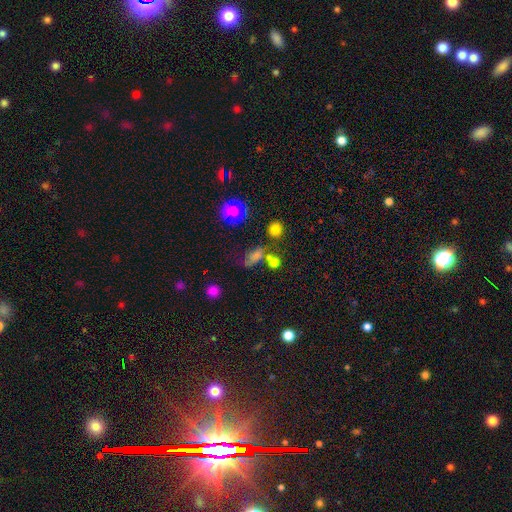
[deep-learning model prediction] Overall: smooth (60%; star or artifact 27%). How rounded: in between (54%; round 33%). Merging: none (51%; minor disturbance 19%).